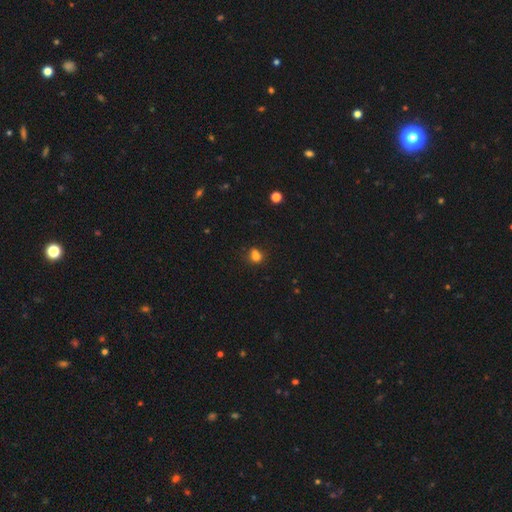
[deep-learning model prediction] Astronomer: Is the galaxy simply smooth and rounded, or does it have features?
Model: smooth — 76%.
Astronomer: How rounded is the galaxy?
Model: in between — 51% (runner-up: round, 46%).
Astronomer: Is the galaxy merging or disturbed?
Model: none — 54%.